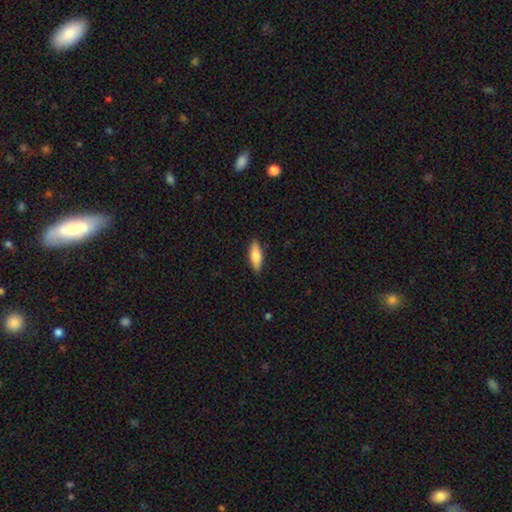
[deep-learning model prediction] Smooth or featured? smooth (74%)
How rounded? in between (57%)
Merging? none (88%)